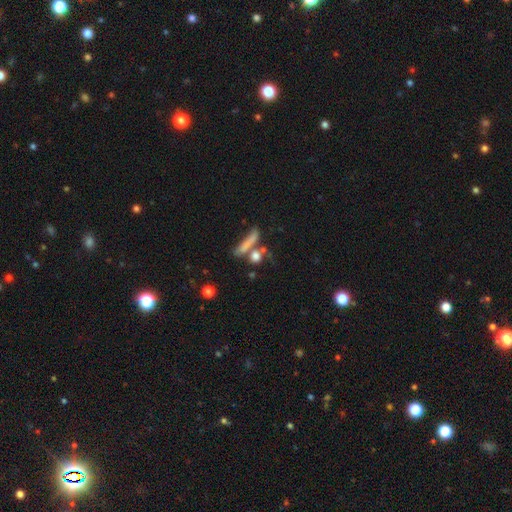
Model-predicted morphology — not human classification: Q: Smooth or featured?
A: smooth (71%); runner-up: featured or disk (17%)
Q: How rounded?
A: round (46%); runner-up: cigar-shaped (32%)
Q: Merging?
A: none (49%); runner-up: merger (29%)